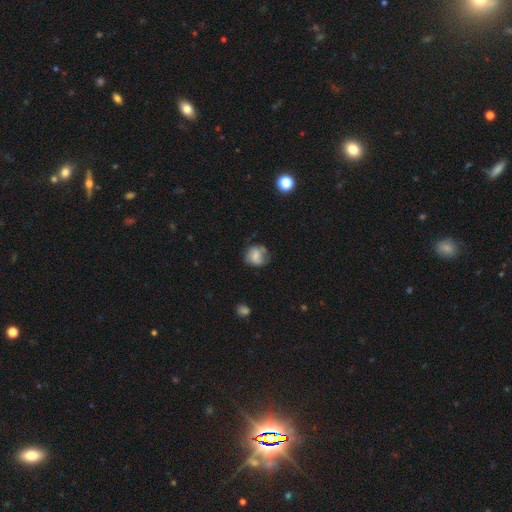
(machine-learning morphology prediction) Smooth or featured? smooth (66%)
How rounded? round (71%)
Merging? none (55%)